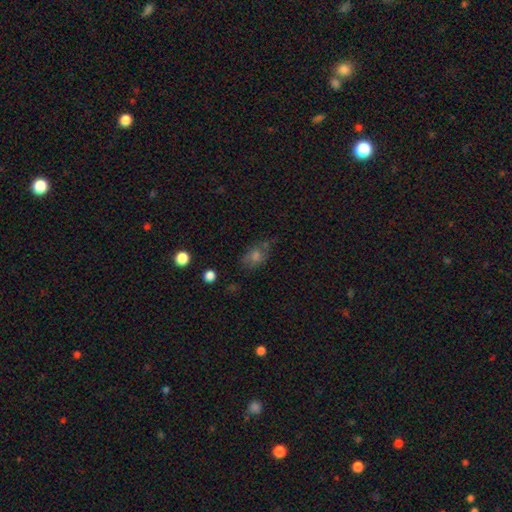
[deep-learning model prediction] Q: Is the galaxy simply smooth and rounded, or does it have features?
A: smooth — 57%.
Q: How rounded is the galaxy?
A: in between — 72%.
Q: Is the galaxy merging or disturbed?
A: none — 64%.